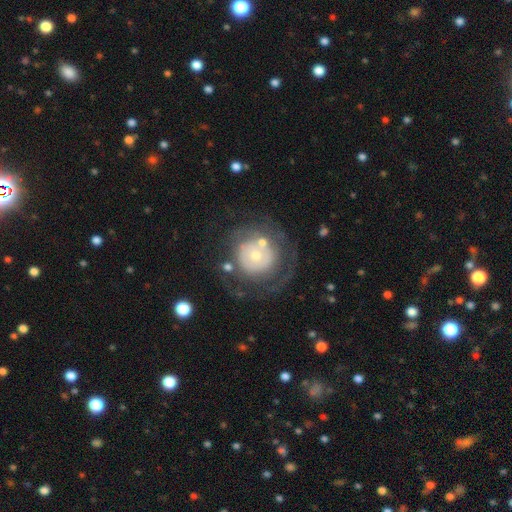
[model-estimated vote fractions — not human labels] Overall: featured or disk (60%; smooth 32%). Edge-on disk: no (97%). Bar: no (86%). Spiral arms: no (53%; yes 47%). Bulge size: small (54%; moderate 38%). Merging: none (56%; major disturbance 20%).